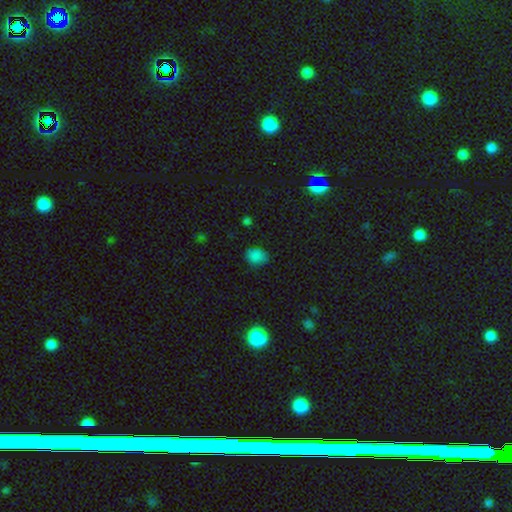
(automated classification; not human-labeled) A smooth galaxy with no disk features (83%) that is round (53%).

Vote fractions:
- Smooth or featured? smooth: 83% / star or artifact: 13% / featured or disk: 4%
- How rounded? round: 53% / in between: 46% / cigar-shaped: 1%
- Merging? none: 75% / minor disturbance: 20% / major disturbance: 4% / merger: 1%